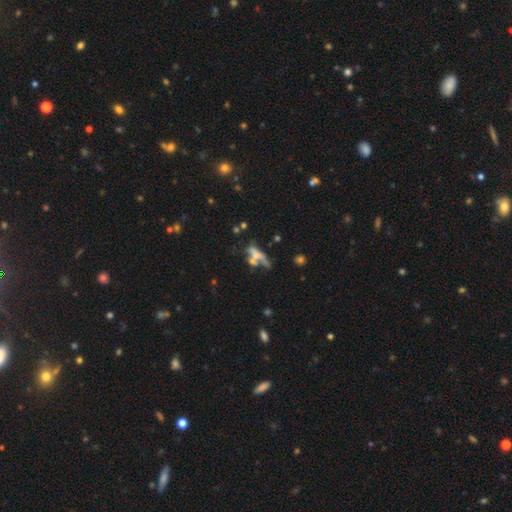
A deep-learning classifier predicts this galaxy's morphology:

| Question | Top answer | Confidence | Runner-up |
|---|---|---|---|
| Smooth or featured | smooth | 43% | tied: featured or disk (43%) |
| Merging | merger | 38% | none (31%) |